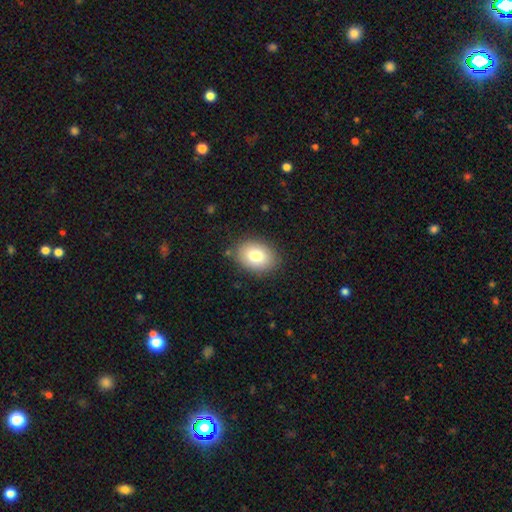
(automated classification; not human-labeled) Q: Smooth or featured?
A: smooth (79%); runner-up: featured or disk (13%)
Q: How rounded?
A: in between (78%); runner-up: round (21%)
Q: Merging?
A: none (84%); runner-up: minor disturbance (12%)